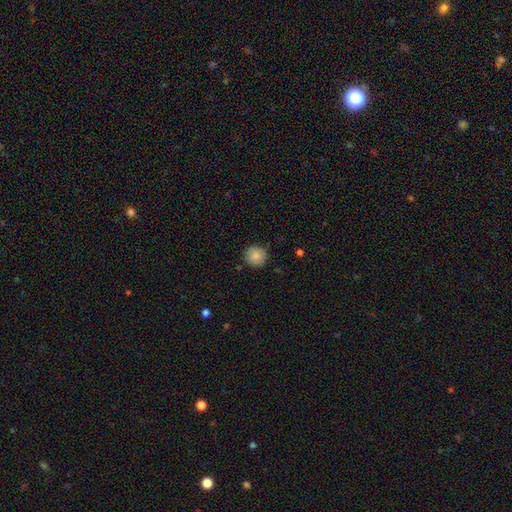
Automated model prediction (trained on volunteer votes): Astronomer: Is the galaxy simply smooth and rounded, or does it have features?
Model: smooth — 86%.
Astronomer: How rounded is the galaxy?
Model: round — 93%.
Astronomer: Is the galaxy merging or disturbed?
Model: none — 88%.